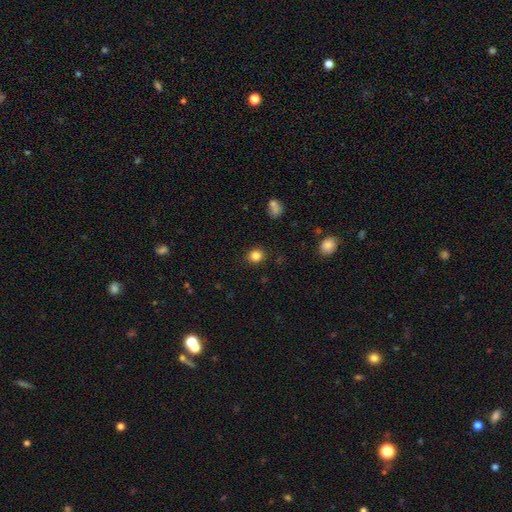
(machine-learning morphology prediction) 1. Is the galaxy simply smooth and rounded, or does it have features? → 84% smooth, 11% star or artifact, 4% featured or disk.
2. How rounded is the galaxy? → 82% round, 17% in between, 1% cigar-shaped.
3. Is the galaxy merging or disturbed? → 89% none, 7% minor disturbance, 2% major disturbance, 1% merger.